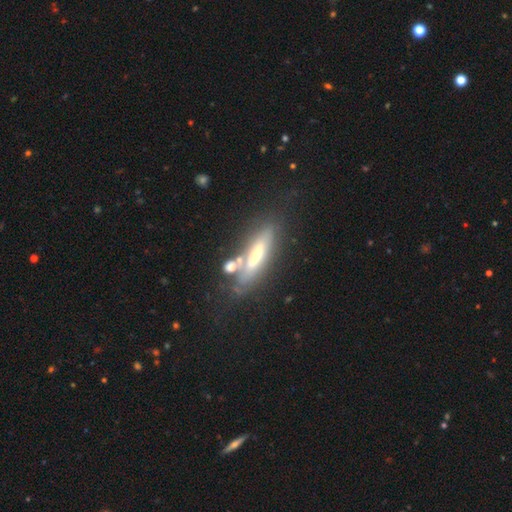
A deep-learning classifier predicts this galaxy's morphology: Smooth or featured?
  - featured or disk: 53% *
  - smooth: 38%
  - star or artifact: 9%
Edge-on disk?
  - yes: 71% *
  - no: 29%
Merging?
  - none: 56% *
  - minor disturbance: 18%
  - merger: 15%
  - major disturbance: 10%